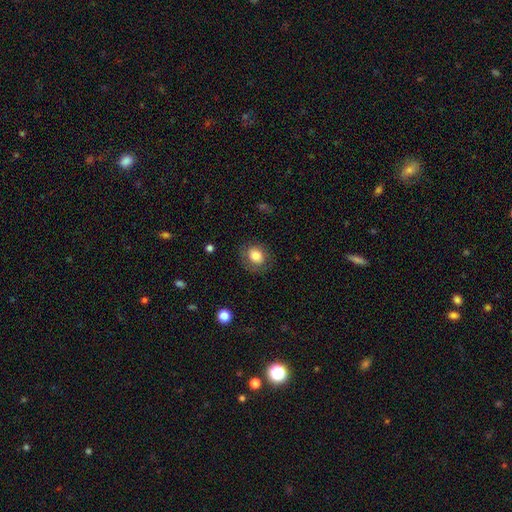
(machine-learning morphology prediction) A smooth galaxy with no disk features (78%) that is round (63%).

Vote fractions:
- Smooth or featured? smooth: 78% / featured or disk: 13% / star or artifact: 9%
- How rounded? round: 63% / in between: 36% / cigar-shaped: 1%
- Merging? none: 80% / minor disturbance: 13% / major disturbance: 6% / merger: 1%